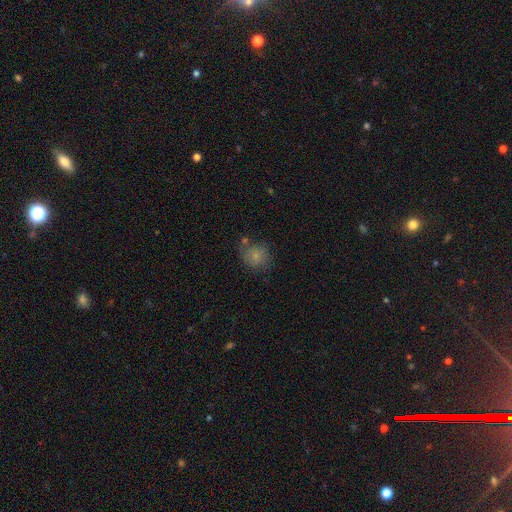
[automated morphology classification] smooth_or_featured: smooth (p=0.78) [alt: featured or disk p=0.12]
how_rounded: round (p=0.81) [alt: in between p=0.18]
merging: none (p=0.62) [alt: minor disturbance p=0.20]